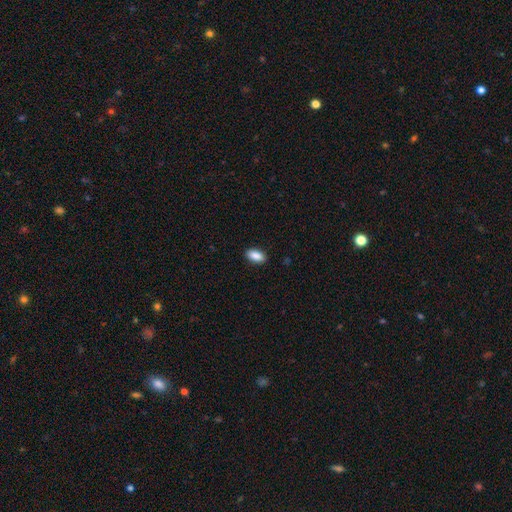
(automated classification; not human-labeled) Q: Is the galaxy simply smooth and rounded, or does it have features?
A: smooth — 89%.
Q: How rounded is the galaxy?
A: in between — 93%.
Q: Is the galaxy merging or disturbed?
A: none — 90%.